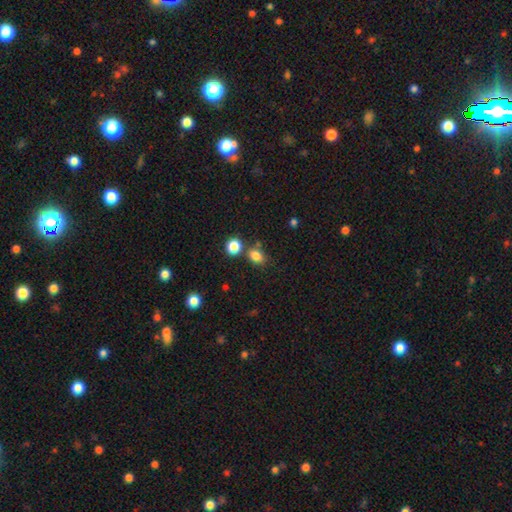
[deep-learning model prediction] This appears to be a smooth galaxy with no disk features (82%) that is in between round and cigar-shaped (60%). Merging: none (67%).